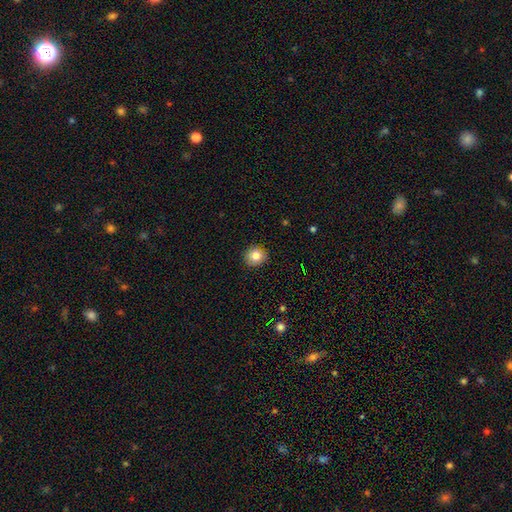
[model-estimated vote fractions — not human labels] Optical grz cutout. It shows a smooth galaxy with no disk features (81%) that is round (90%). Merging: none (92%).